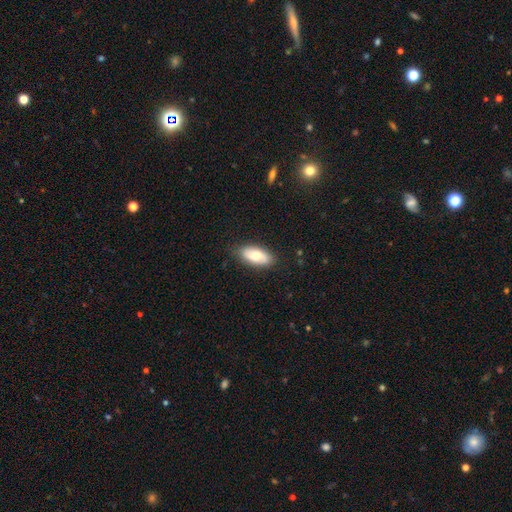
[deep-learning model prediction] Morphology: type=smooth (65%); roundness=in between (89%); merging=none (82%).